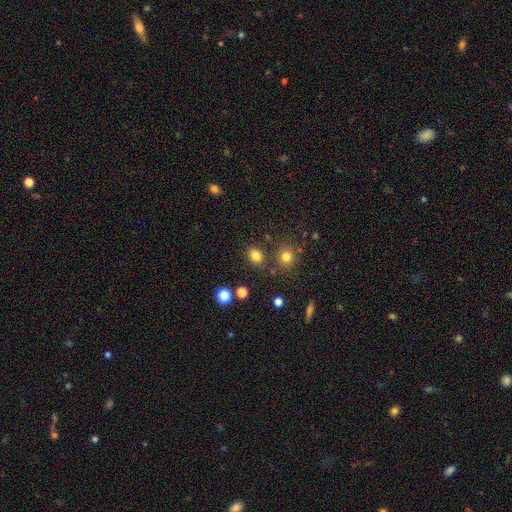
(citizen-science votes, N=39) A smooth galaxy with no disk features (87%) that is in between round and cigar-shaped (56%). Merging: none (64%).